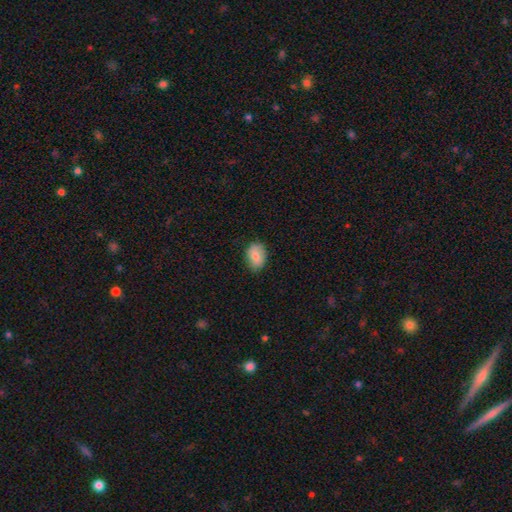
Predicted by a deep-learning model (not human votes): smooth 82%, featured or disk 10%, star or artifact 7%. Down the decision tree: how rounded — in between (81%); merging — none (77%).